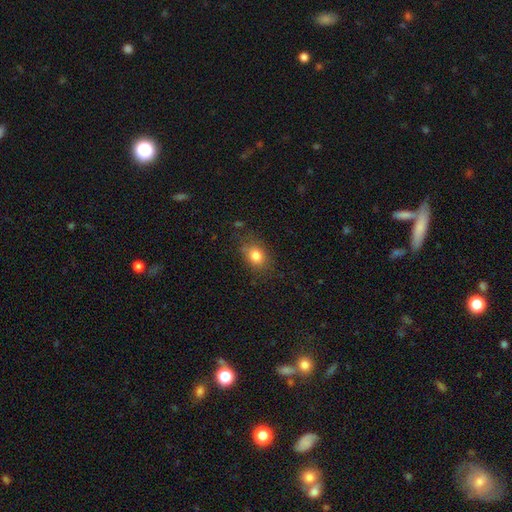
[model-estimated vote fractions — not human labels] Smooth or featured? Predicted: smooth (p=0.81). How rounded? Predicted: in between (p=0.64). Merging? Predicted: none (p=0.76).